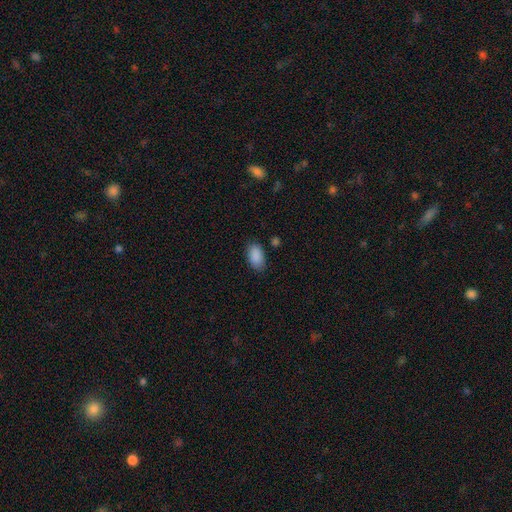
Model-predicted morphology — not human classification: The model was most divided on "merging": none: 82%, minor disturbance: 13%, major disturbance: 3%, merger: 2%. More confident: how rounded — in between (93%); smooth or featured — smooth (90%).